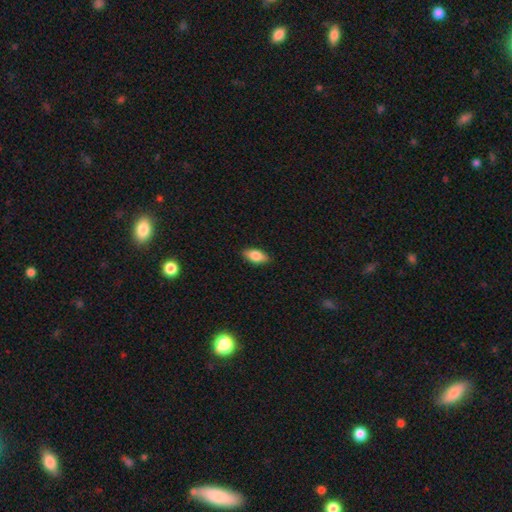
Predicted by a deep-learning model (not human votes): The model was most divided on "smooth or featured": smooth: 83%, featured or disk: 11%, star or artifact: 7%. More confident: how rounded — in between (88%); merging — none (88%).